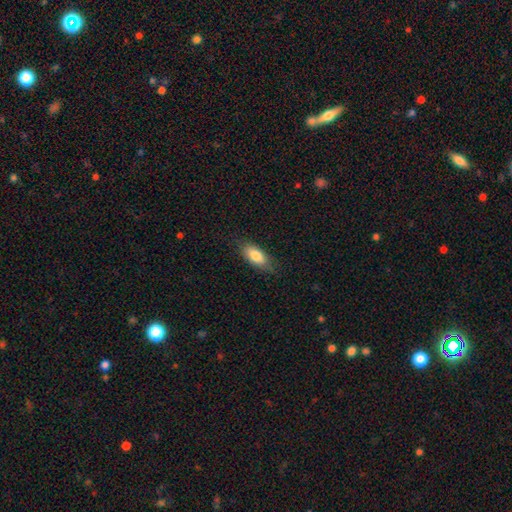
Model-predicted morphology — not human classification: Smooth or featured? Predicted: smooth (p=0.82). How rounded? Predicted: in between (p=0.84). Merging? Predicted: none (p=0.79).